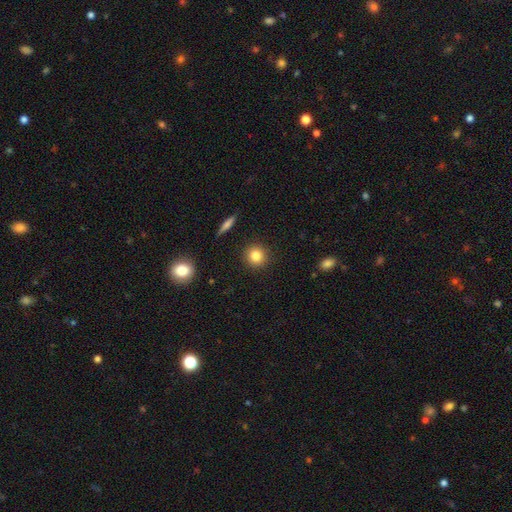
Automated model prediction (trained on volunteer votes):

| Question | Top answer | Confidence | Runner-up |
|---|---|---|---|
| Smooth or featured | smooth | 84% | star or artifact (10%) |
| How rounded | round | 90% | in between (8%) |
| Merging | none | 91% | minor disturbance (6%) |